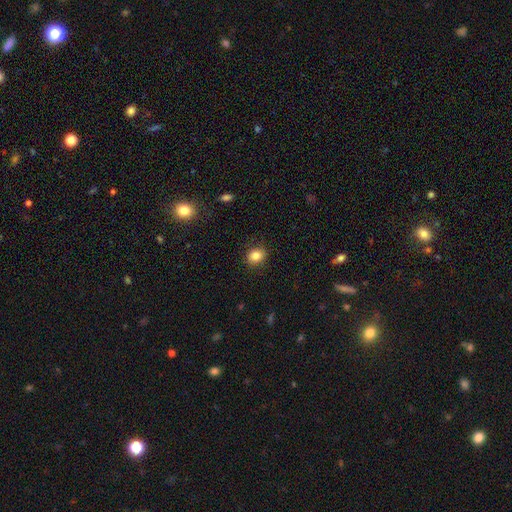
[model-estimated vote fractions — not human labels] This is clearly a smooth galaxy (84%). How rounded: possibly round (59%). Merging: clearly none (88%).